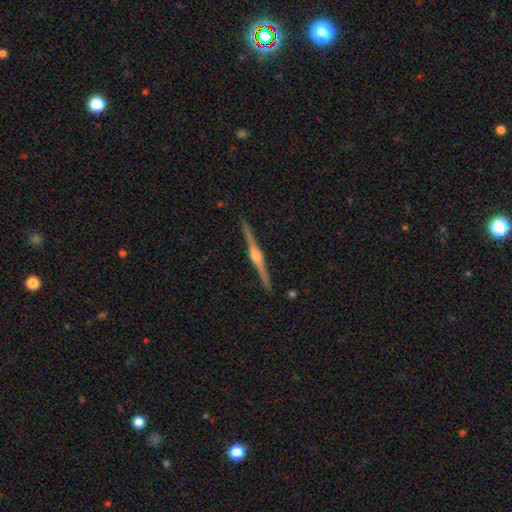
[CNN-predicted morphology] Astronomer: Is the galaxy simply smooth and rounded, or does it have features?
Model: featured or disk — 88%.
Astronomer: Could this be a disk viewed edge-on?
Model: yes — 99%.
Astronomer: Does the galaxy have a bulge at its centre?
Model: rounded — 91%.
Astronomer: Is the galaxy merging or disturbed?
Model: none — 93%.